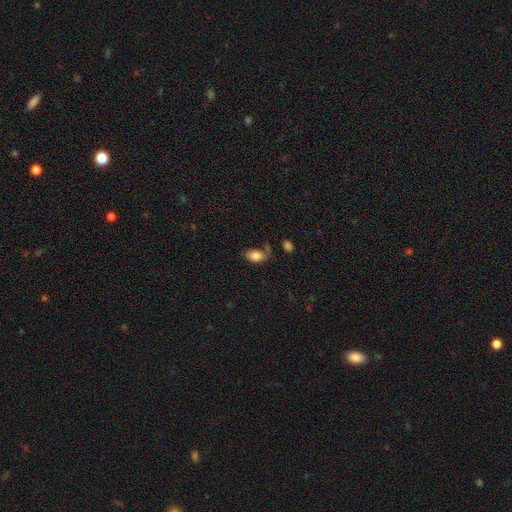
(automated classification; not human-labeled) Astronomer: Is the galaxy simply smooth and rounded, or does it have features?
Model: smooth — 81%.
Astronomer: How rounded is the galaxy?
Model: in between — 90%.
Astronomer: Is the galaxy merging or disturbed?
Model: none — 49% (runner-up: minor disturbance, 25%).